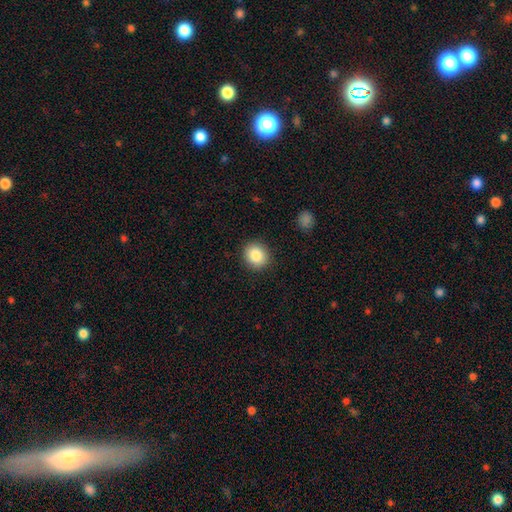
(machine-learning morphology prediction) Smooth or featured: smooth — 86% (star or artifact — 9%)
How rounded: round — 82% (in between — 17%)
Merging: none — 90% (minor disturbance — 7%)